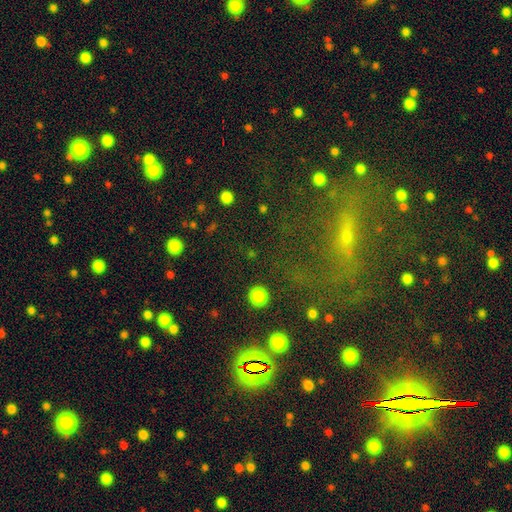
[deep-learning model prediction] smooth_or_featured: star or artifact (p=0.46) [alt: featured or disk p=0.30]